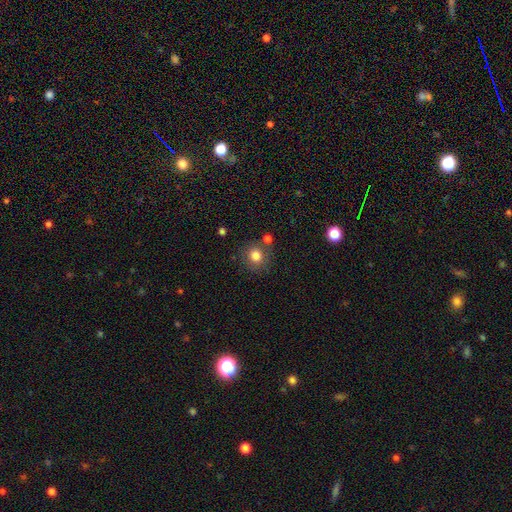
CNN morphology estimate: This appears to be a smooth galaxy with no disk features (81%) that is round (87%). Merging: none (76%).